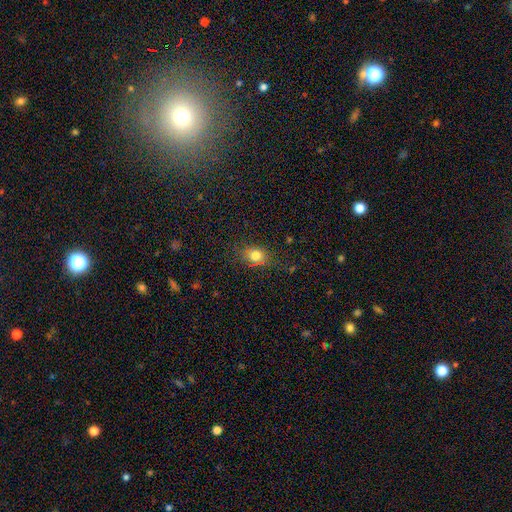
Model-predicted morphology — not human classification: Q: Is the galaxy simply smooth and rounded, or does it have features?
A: smooth — 77%.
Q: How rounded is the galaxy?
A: in between — 52%.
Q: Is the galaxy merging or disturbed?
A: none — 76%.